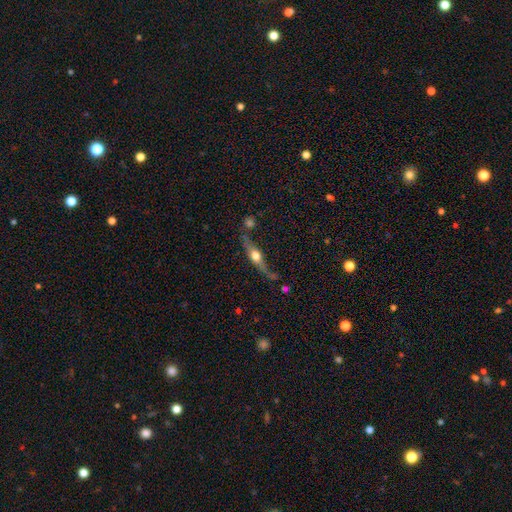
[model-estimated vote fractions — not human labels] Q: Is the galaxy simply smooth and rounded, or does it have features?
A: featured or disk — 70%.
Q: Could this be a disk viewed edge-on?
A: yes — 91%.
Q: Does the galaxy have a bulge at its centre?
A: rounded — 95%.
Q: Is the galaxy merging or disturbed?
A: none — 63%.